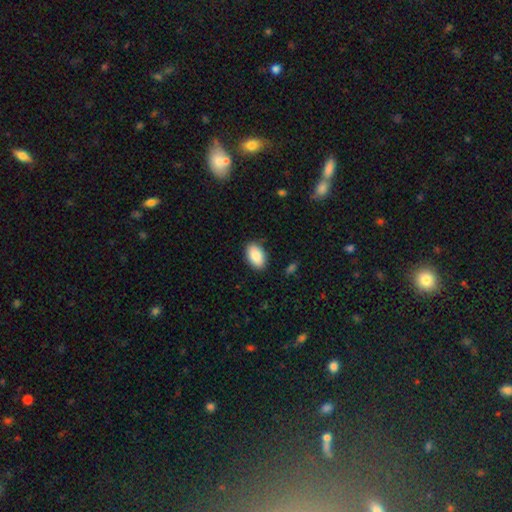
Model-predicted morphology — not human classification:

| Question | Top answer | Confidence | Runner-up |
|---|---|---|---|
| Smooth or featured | smooth | 88% | star or artifact (6%) |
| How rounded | in between | 92% | round (6%) |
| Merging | none | 87% | minor disturbance (10%) |